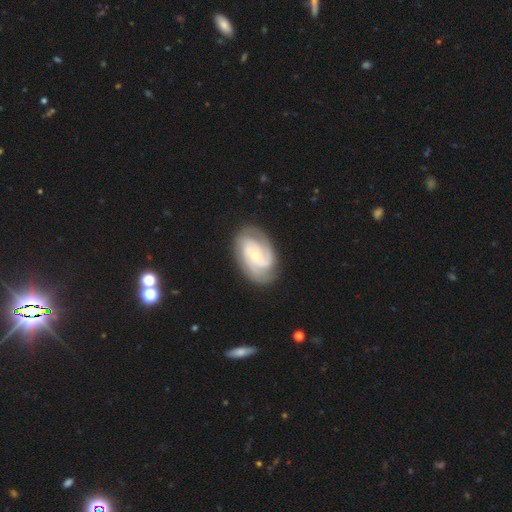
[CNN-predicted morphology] Smooth or featured?
  - featured or disk: 83% *
  - smooth: 12%
  - star or artifact: 5%
Edge-on disk?
  - no: 97% *
  - yes: 3%
Bar?
  - no: 68% *
  - weak: 26%
  - strong: 6%
Spiral arms?
  - yes: 96% *
  - no: 4%
Spiral winding?
  - tight: 60% *
  - medium: 33%
  - loose: 8%
Spiral arm count?
  - 2: 34% *
  - 3: 32%
  - can't tell: 20%
  - 4: 6%
  - 1: 5%
  - more than 4: 4%
Bulge size?
  - small: 60% *
  - moderate: 36%
  - large: 2%
  - none: 1%
  - dominant: 1%
Merging?
  - none: 77% *
  - minor disturbance: 16%
  - major disturbance: 5%
  - merger: 1%